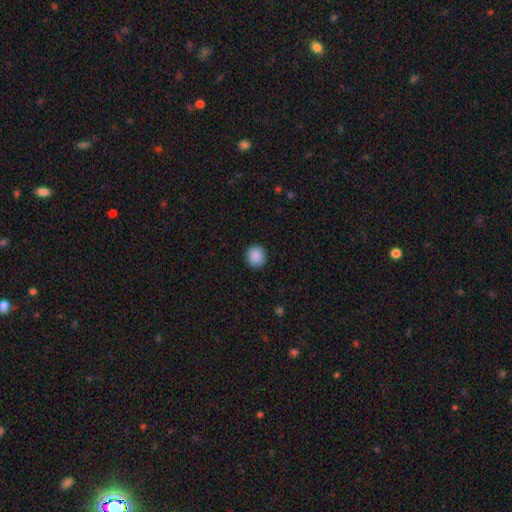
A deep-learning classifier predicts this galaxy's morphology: Q: Smooth or featured?
A: smooth (89%); runner-up: star or artifact (8%)
Q: How rounded?
A: round (87%); runner-up: in between (12%)
Q: Merging?
A: none (91%); runner-up: minor disturbance (6%)